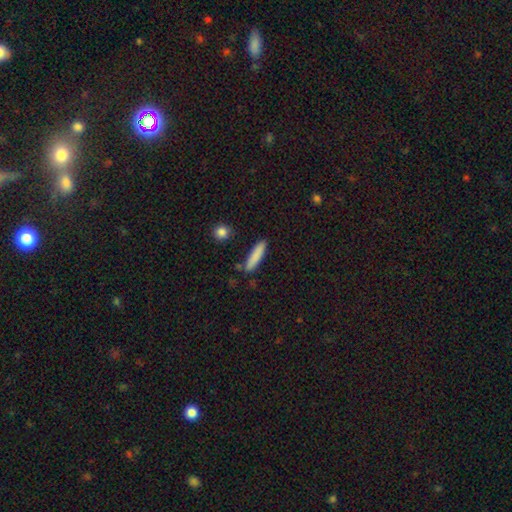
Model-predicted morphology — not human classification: The model was most divided on "how rounded": cigar-shaped: 83%, in between: 15%, round: 2%. More confident: merging — none (85%); smooth or featured — smooth (84%).